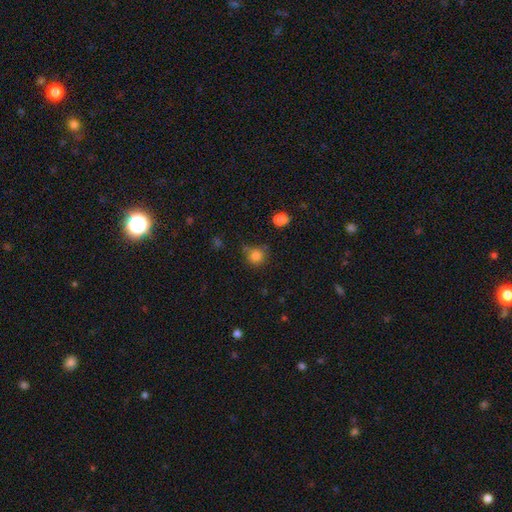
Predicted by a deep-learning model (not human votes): A smooth galaxy with no disk features (82%) that is round (89%).

Vote fractions:
- Smooth or featured? smooth: 82% / star or artifact: 13% / featured or disk: 6%
- How rounded? round: 89% / in between: 10% / cigar-shaped: 1%
- Merging? none: 70% / minor disturbance: 18% / merger: 8% / major disturbance: 5%